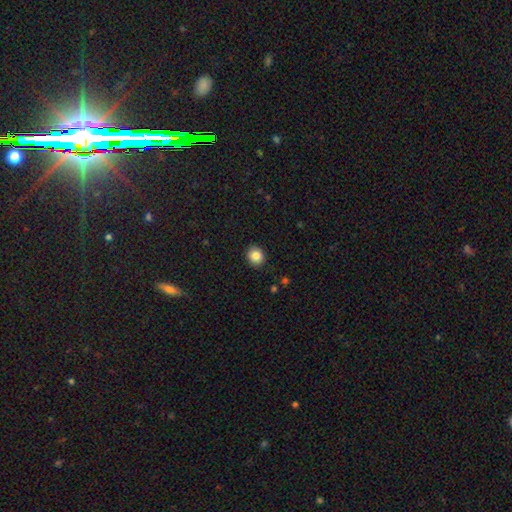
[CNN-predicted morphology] Smooth or featured? smooth (85%)
How rounded? round (79%)
Merging? none (91%)